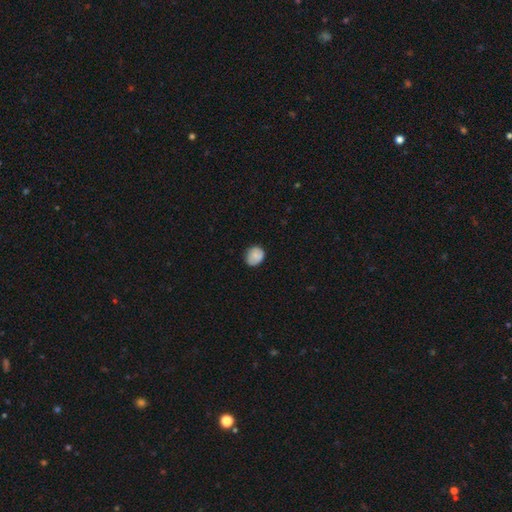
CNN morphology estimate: Smooth or featured: smooth — 80% (featured or disk — 12%)
How rounded: round — 68% (in between — 31%)
Merging: none — 76% (minor disturbance — 19%)